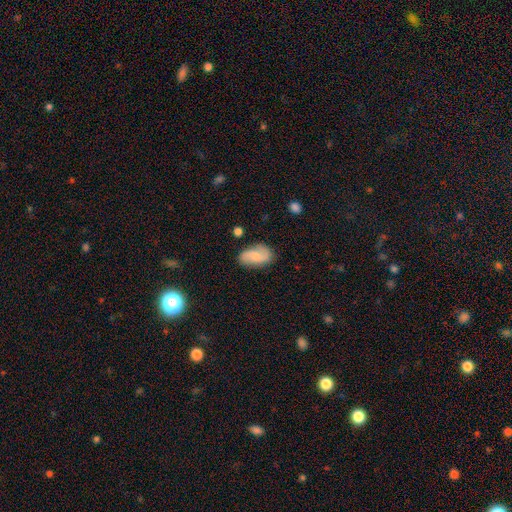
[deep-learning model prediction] smooth_or_featured: smooth (p=0.52) [alt: featured or disk p=0.41]
how_rounded: in between (p=0.91) [alt: round p=0.06]
merging: none (p=0.74) [alt: minor disturbance p=0.19]